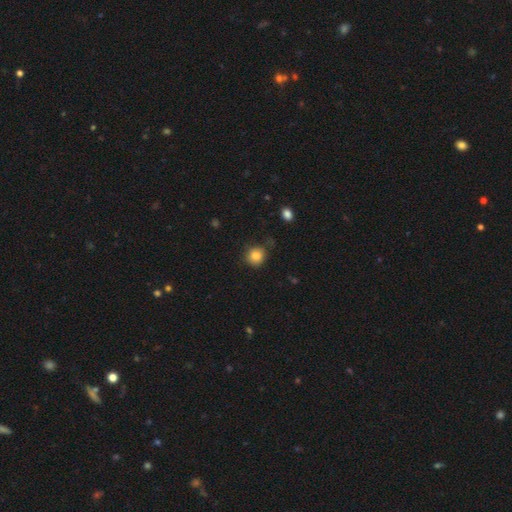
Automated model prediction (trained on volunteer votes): A smooth galaxy with no disk features (83%) that is round (90%). Merging: none (81%).